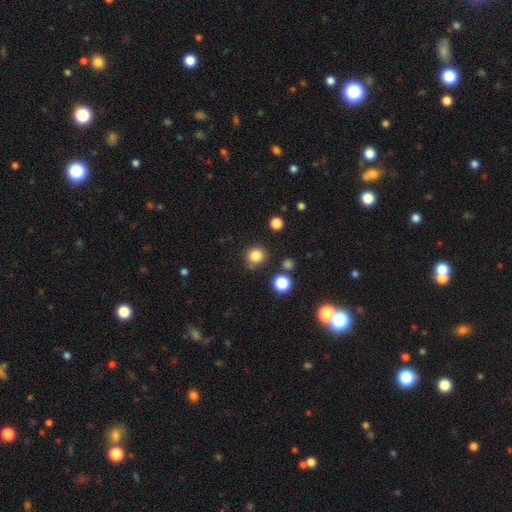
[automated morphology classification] Smooth or featured?
  - smooth: 83% *
  - star or artifact: 13%
  - featured or disk: 5%
How rounded?
  - round: 89% *
  - in between: 10%
  - cigar-shaped: 1%
Merging?
  - none: 81% *
  - minor disturbance: 11%
  - merger: 5%
  - major disturbance: 3%